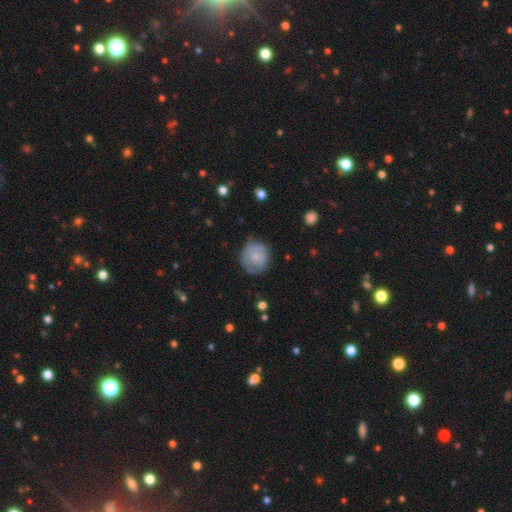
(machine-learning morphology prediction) A smooth galaxy with no disk features (69%) that is round (84%).

Vote fractions:
- Smooth or featured? smooth: 69% / featured or disk: 24% / star or artifact: 7%
- How rounded? round: 84% / in between: 15% / cigar-shaped: 1%
- Merging? none: 66% / minor disturbance: 24% / major disturbance: 8% / merger: 2%